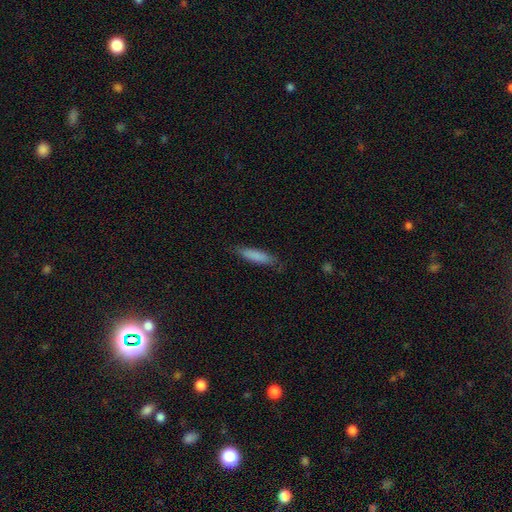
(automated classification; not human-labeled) Overall: smooth (83%). How rounded: cigar-shaped (78%). Merging: none (81%).